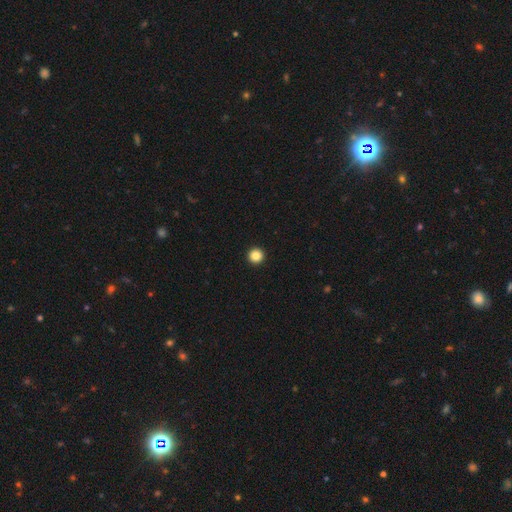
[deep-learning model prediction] This is clearly a smooth galaxy (85%). How rounded: clearly round (97%). Merging: clearly none (95%).